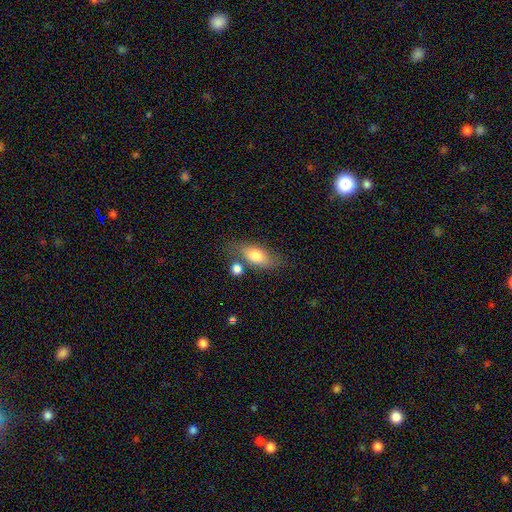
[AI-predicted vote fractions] This appears to be a smooth galaxy with no disk features (74%) that is in between round and cigar-shaped (80%). Merging: none (60%).